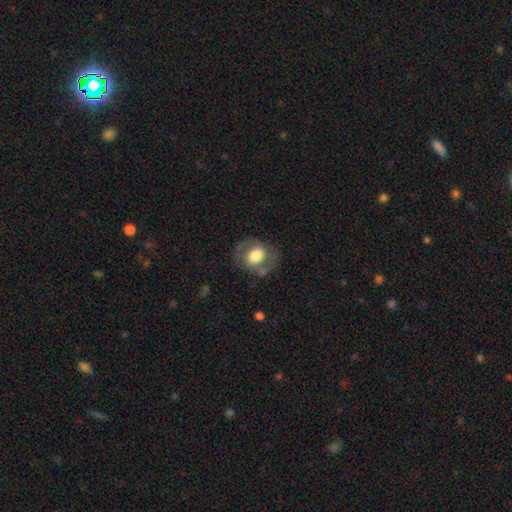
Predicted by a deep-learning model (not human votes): A smooth galaxy with no disk features (47%).

Vote fractions:
- Smooth or featured? smooth: 47% / featured or disk: 46% / star or artifact: 7%
- Merging? none: 68% / minor disturbance: 18% / major disturbance: 12% / merger: 3%